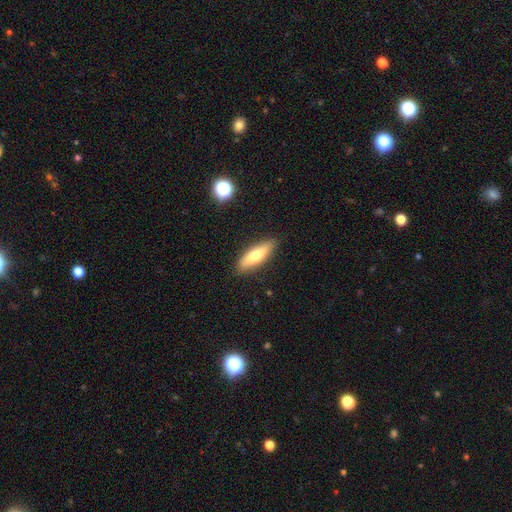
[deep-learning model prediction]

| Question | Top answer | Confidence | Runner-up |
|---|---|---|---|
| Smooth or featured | smooth | 61% | featured or disk (32%) |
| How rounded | cigar-shaped | 52% | in between (46%) |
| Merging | none | 87% | minor disturbance (9%) |